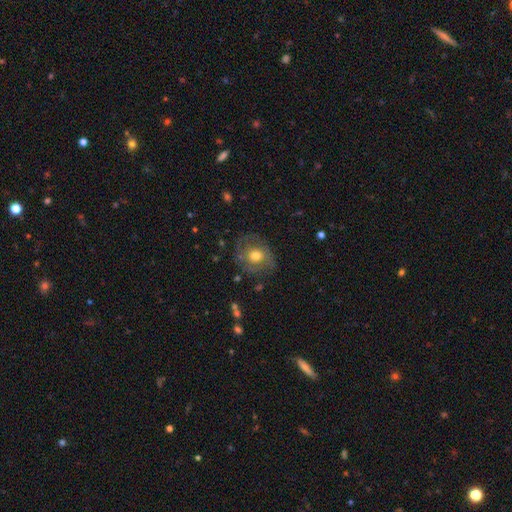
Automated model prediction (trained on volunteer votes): Smooth or featured? Predicted: smooth (p=0.47). Merging? Predicted: none (p=0.70).